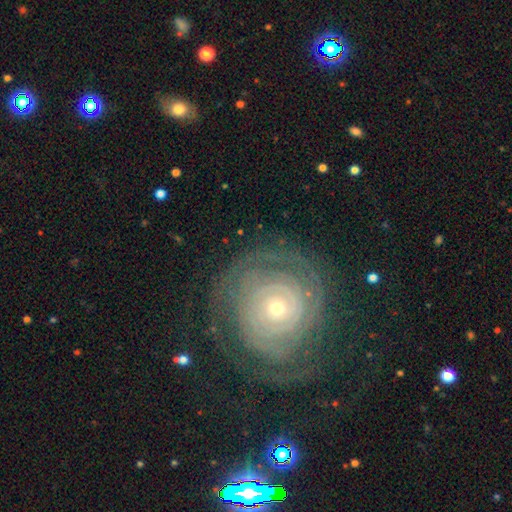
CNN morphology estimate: This appears to be a featured or disk galaxy (77%) with no bar (80%), tight (81%) spiral arms (86%) and a small central bulge (66%). Merging: none (74%).